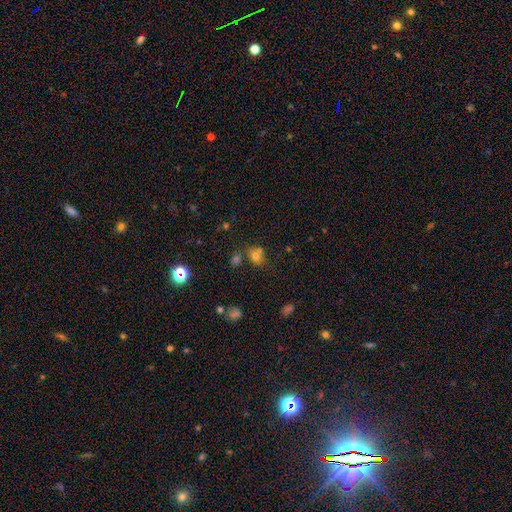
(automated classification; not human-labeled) This appears to be a smooth galaxy with no disk features (69%) that is round (65%). Merging: none (55%).